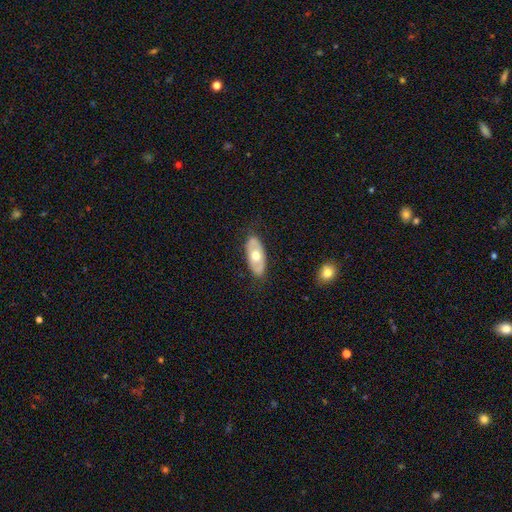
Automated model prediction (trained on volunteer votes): A smooth galaxy with no disk features (50%) that is in between round and cigar-shaped (90%). Merging: none (81%).